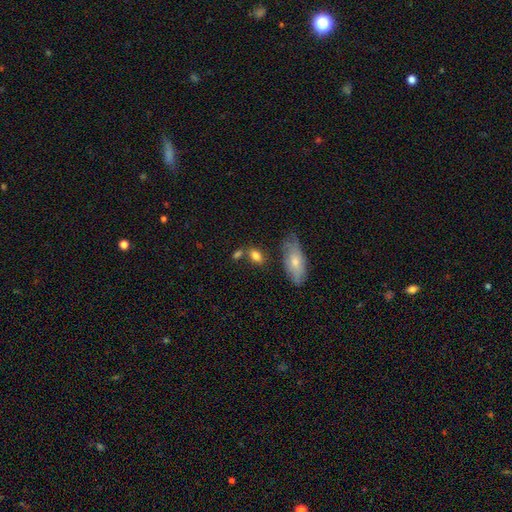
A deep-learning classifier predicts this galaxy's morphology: Smooth or featured? Predicted: smooth (p=0.81). How rounded? Predicted: in between (p=0.82). Merging? Predicted: none (p=0.61).